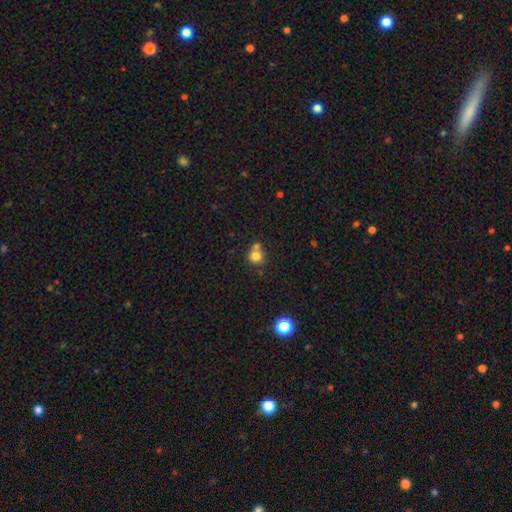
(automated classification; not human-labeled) Smooth or featured?
  - smooth: 78% *
  - star or artifact: 12%
  - featured or disk: 10%
How rounded?
  - round: 88% *
  - in between: 11%
  - cigar-shaped: 1%
Merging?
  - none: 51% *
  - merger: 36%
  - minor disturbance: 9%
  - major disturbance: 3%